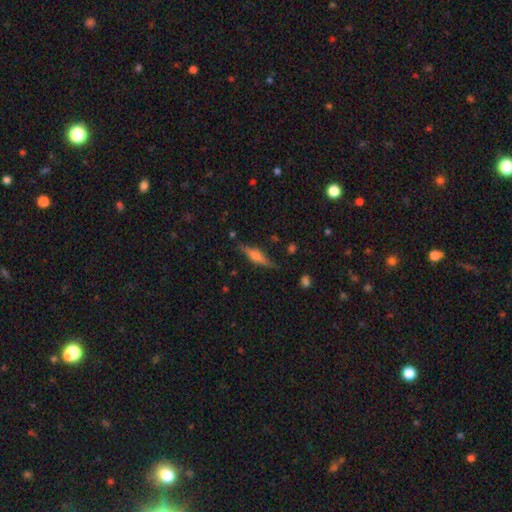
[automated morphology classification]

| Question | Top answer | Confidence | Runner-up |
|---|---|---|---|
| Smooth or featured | featured or disk | 63% | smooth (29%) |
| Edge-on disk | yes | 96% | no (4%) |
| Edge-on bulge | rounded | 78% | boxy (17%) |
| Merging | none | 84% | minor disturbance (11%) |